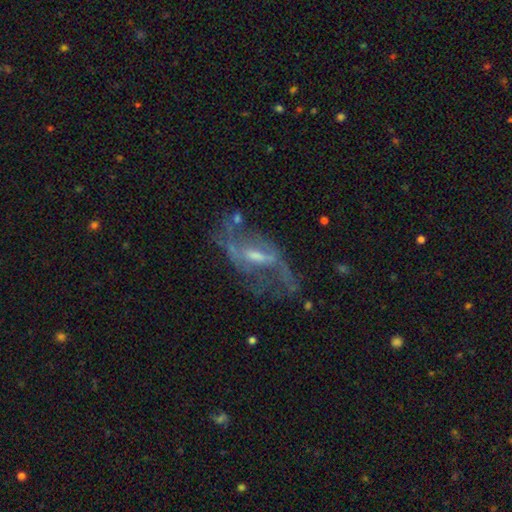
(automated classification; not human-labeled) Smooth or featured? featured or disk (77%)
Edge-on disk? no (91%)
Bar? weak (50%)
Spiral arms? yes (73%)
Spiral winding? loose (58%)
Spiral arm count? 2 (70%)
Bulge size? moderate (44%)
Merging? none (46%)